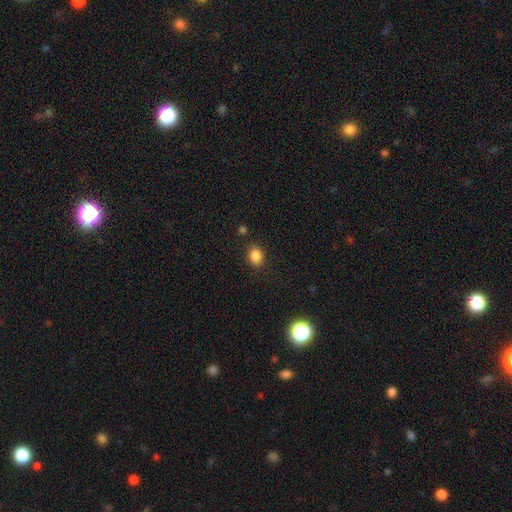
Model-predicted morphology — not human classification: This appears to be a smooth galaxy with no disk features (85%) that is in between round and cigar-shaped (55%). Merging: none (83%).